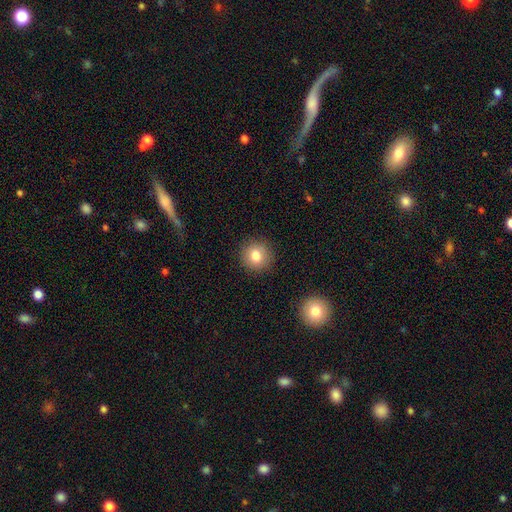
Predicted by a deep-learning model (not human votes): smooth_or_featured: smooth (p=0.81) [alt: star or artifact p=0.10]
how_rounded: round (p=0.90) [alt: in between p=0.09]
merging: none (p=0.90) [alt: minor disturbance p=0.07]